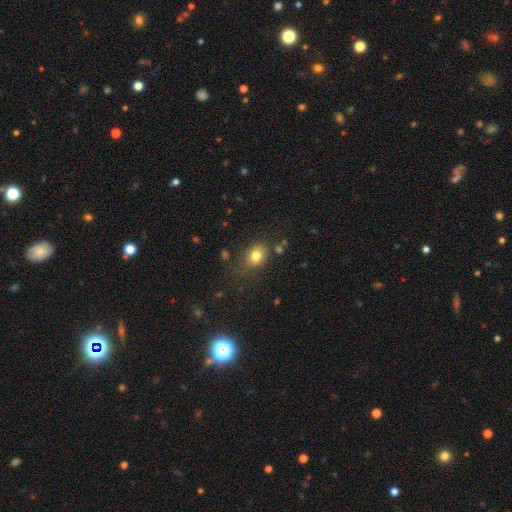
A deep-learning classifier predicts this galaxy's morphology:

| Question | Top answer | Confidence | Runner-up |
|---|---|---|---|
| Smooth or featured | smooth | 78% | star or artifact (12%) |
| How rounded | in between | 59% | round (40%) |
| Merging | none | 70% | minor disturbance (19%) |